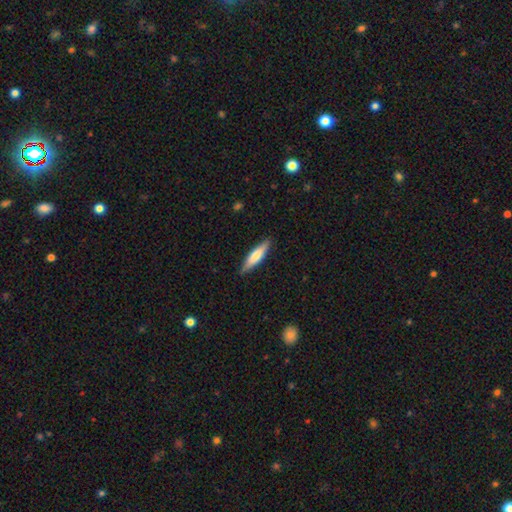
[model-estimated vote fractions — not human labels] Overall: smooth (65%; featured or disk 30%). How rounded: cigar-shaped (76%). Merging: none (87%).